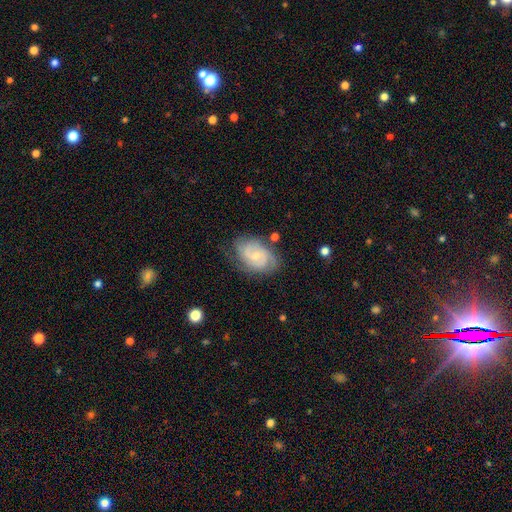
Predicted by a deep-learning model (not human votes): featured or disk 77%, smooth 17%, star or artifact 6%. Down the decision tree: edge-on disk — no (97%); bar — no (53%); spiral arms — yes (94%); spiral arm count — 2 (50%); spiral winding — tight (52%); bulge size — small (65%); merging — none (71%).